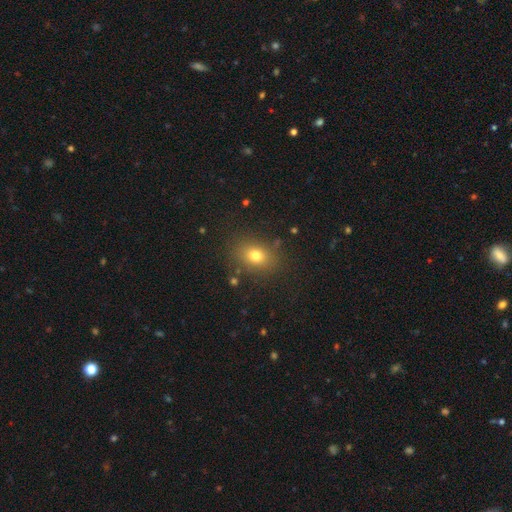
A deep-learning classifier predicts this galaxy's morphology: This is likely a smooth galaxy (75%). How rounded: possibly in between (59%). Merging: clearly none (84%).